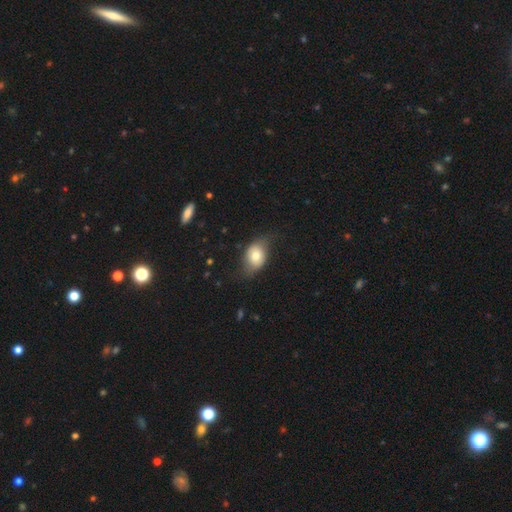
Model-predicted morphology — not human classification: Smooth or featured: smooth — 69% (featured or disk — 23%)
How rounded: in between — 73% (round — 26%)
Merging: none — 55% (minor disturbance — 30%)